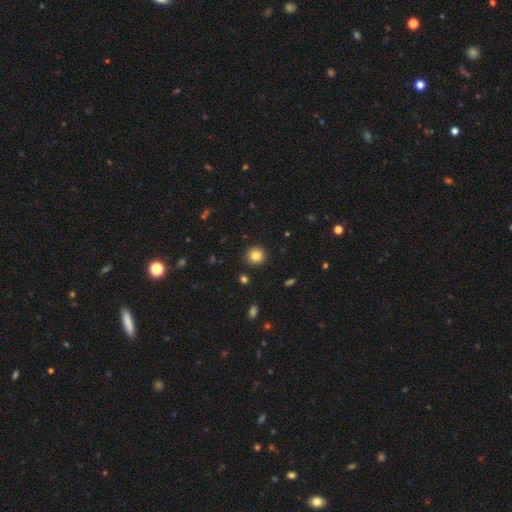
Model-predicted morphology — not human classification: smooth_or_featured: smooth (p=0.84) [alt: star or artifact p=0.11]
how_rounded: round (p=0.93) [alt: in between p=0.07]
merging: none (p=0.92) [alt: minor disturbance p=0.05]